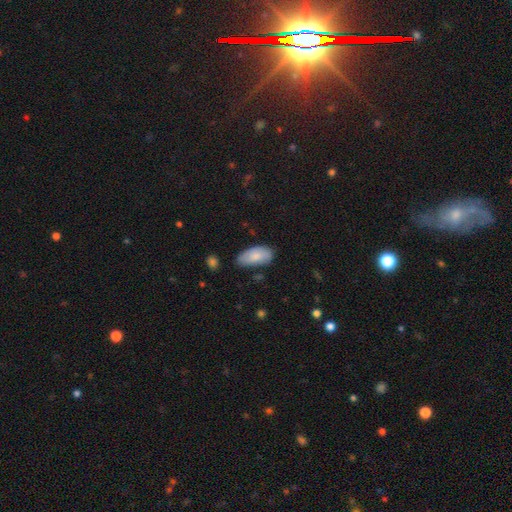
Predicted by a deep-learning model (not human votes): Q: Smooth or featured?
A: smooth (82%); runner-up: featured or disk (12%)
Q: How rounded?
A: in between (94%); runner-up: cigar-shaped (4%)
Q: Merging?
A: none (67%); runner-up: minor disturbance (26%)